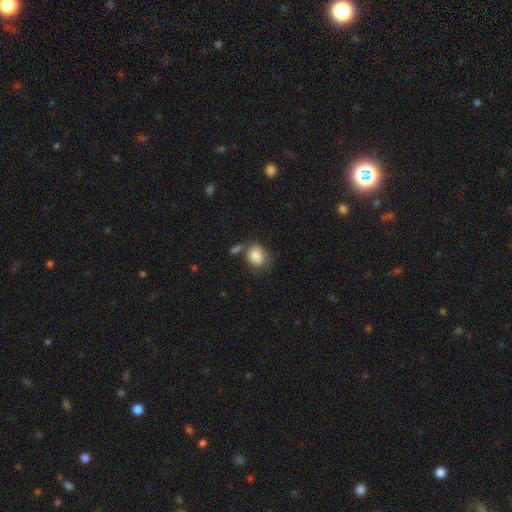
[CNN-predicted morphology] Overall: smooth (82%). How rounded: in between (52%; round 47%). Merging: none (48%; minor disturbance 24%).